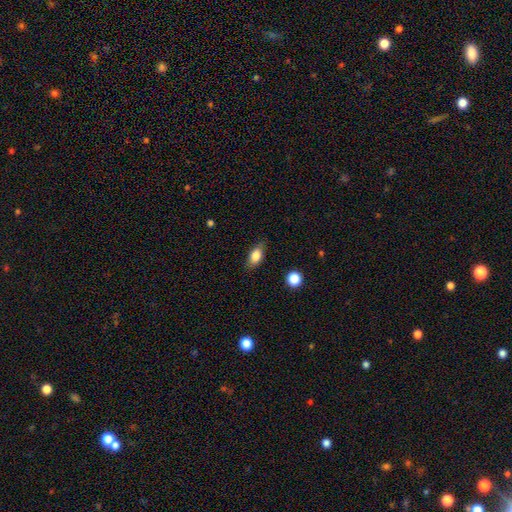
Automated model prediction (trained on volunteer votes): Smooth or featured? Predicted: smooth (p=0.81). How rounded? Predicted: in between (p=0.84). Merging? Predicted: none (p=0.77).